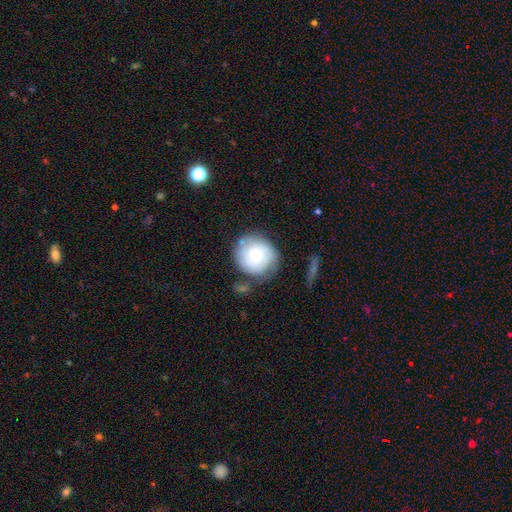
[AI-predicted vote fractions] Smooth or featured?
  - smooth: 59% *
  - featured or disk: 34%
  - star or artifact: 7%
How rounded?
  - round: 88% *
  - in between: 11%
  - cigar-shaped: 1%
Merging?
  - none: 61% *
  - minor disturbance: 22%
  - major disturbance: 9%
  - merger: 7%